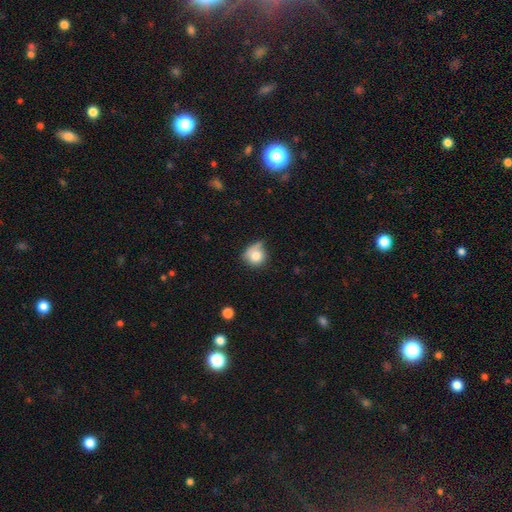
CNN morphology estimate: Overall: smooth (76%). How rounded: round (82%). Merging: none (45%; minor disturbance 32%).